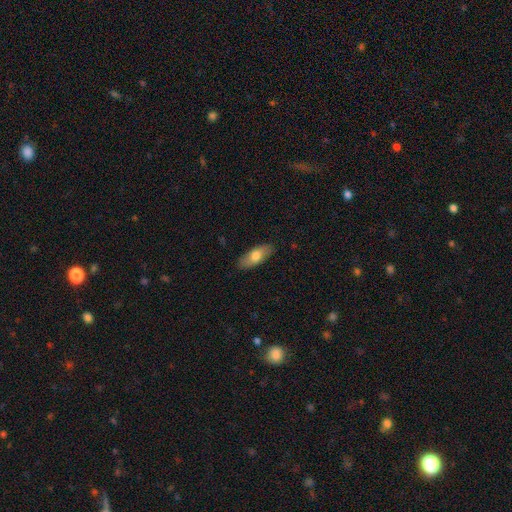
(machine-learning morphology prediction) This is likely a smooth galaxy (73%). How rounded: clearly in between (80%). Merging: clearly none (87%).